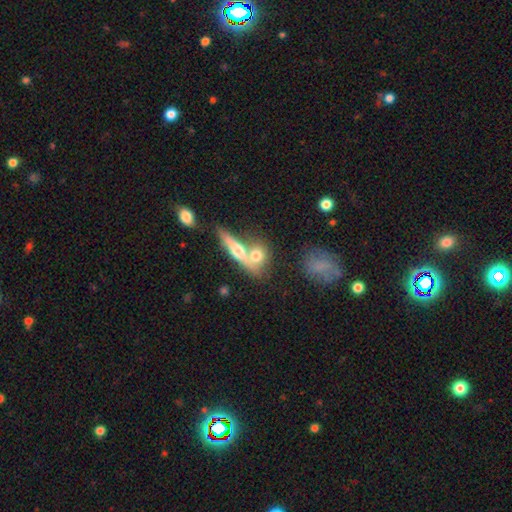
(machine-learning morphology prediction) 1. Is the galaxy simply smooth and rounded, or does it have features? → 59% smooth, 33% featured or disk, 8% star or artifact.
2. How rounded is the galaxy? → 41% in between, 38% round, 21% cigar-shaped.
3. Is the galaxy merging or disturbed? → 58% merger, 30% none, 8% minor disturbance, 5% major disturbance.